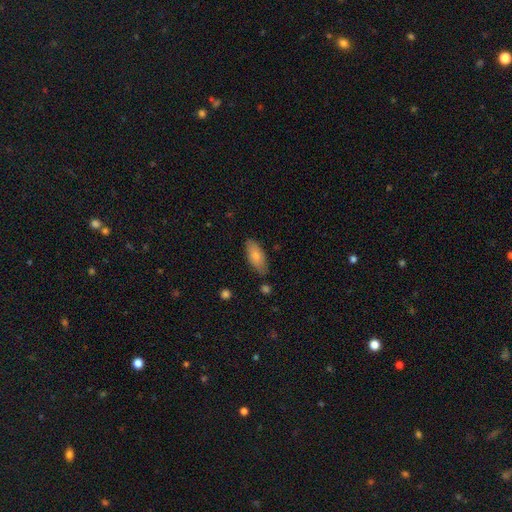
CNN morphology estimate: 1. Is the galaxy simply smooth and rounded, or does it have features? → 79% smooth, 16% featured or disk, 6% star or artifact.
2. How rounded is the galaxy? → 85% in between, 13% cigar-shaped, 2% round.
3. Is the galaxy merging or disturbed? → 75% none, 19% minor disturbance, 4% major disturbance, 3% merger.